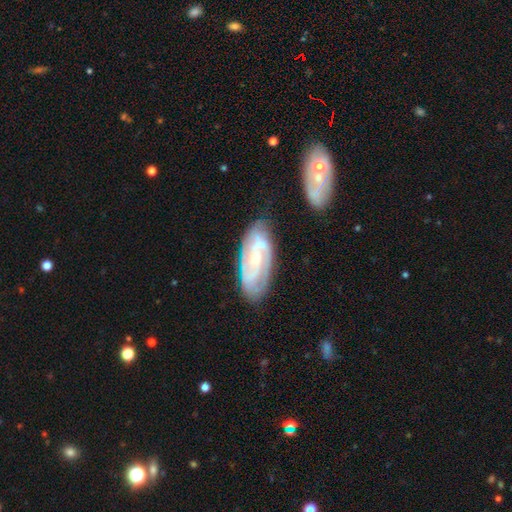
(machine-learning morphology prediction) This is clearly a featured or disk galaxy (84%). It is clearly not viewed edge-on (94%). Bar: possibly no (45%). Spiral arm pattern: clearly yes (96%). Spiral arm count: possibly 2 (59%). Spiral winding: possibly tight (57%). Central bulge: likely small (70%). Merging: likely none (76%).